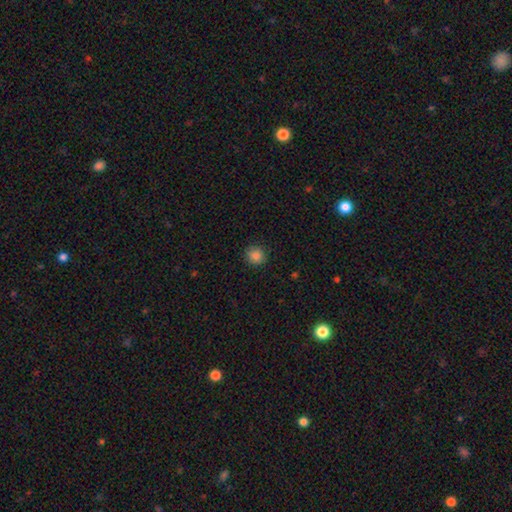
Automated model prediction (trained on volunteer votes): smooth 85%, star or artifact 11%, featured or disk 5%. Down the decision tree: how rounded — round (90%); merging — none (90%).